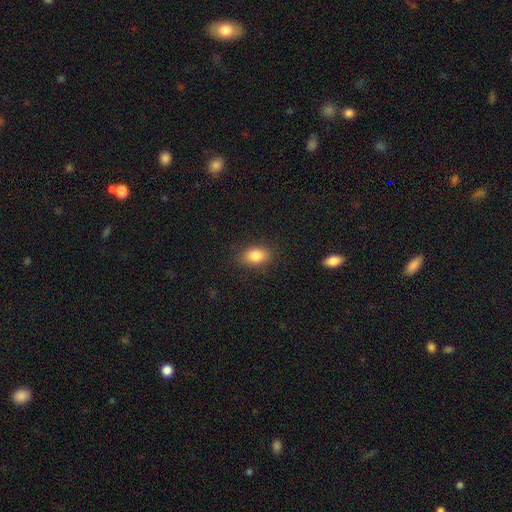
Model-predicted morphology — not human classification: A smooth galaxy with no disk features (83%) that is in between round and cigar-shaped (83%).

Vote fractions:
- Smooth or featured? smooth: 83% / star or artifact: 9% / featured or disk: 8%
- How rounded? in between: 83% / round: 15% / cigar-shaped: 2%
- Merging? none: 86% / minor disturbance: 10% / major disturbance: 3% / merger: 1%